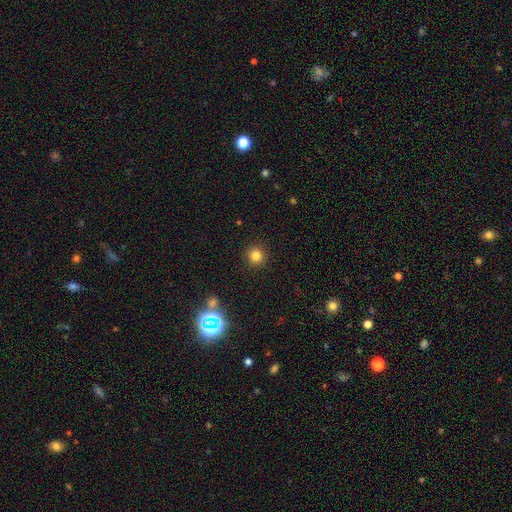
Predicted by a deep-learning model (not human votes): smooth-or-featured: smooth: 81% | star or artifact: 14% | featured or disk: 5%
  how-rounded: round: 94% | in between: 5% | cigar-shaped: 1%
  merging: none: 92% | minor disturbance: 5% | major disturbance: 2% | merger: 1%